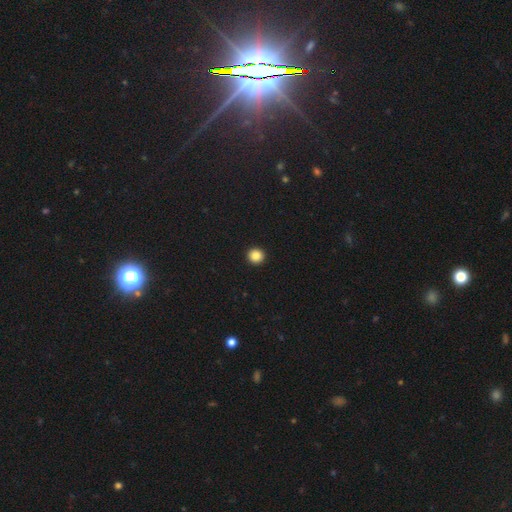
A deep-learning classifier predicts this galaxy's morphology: Smooth or featured: smooth — 86% (star or artifact — 11%)
How rounded: round — 95% (in between — 4%)
Merging: none — 94% (minor disturbance — 3%)